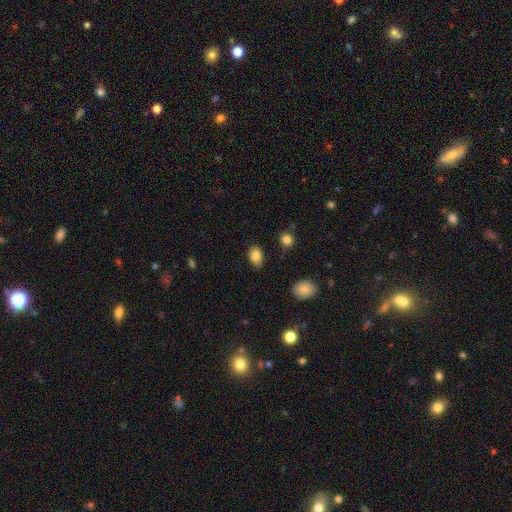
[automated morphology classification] type=smooth (83%); roundness=in between (86%); merging=none (79%).